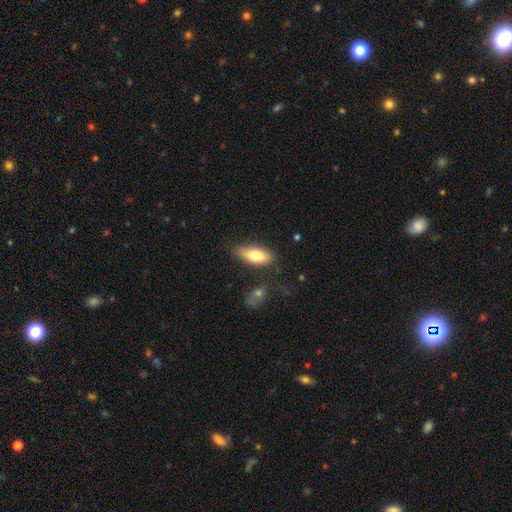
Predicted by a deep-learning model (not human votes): The model was most divided on "how rounded": in between: 76%, cigar-shaped: 21%, round: 3%. More confident: smooth or featured — smooth (76%); merging — none (76%).